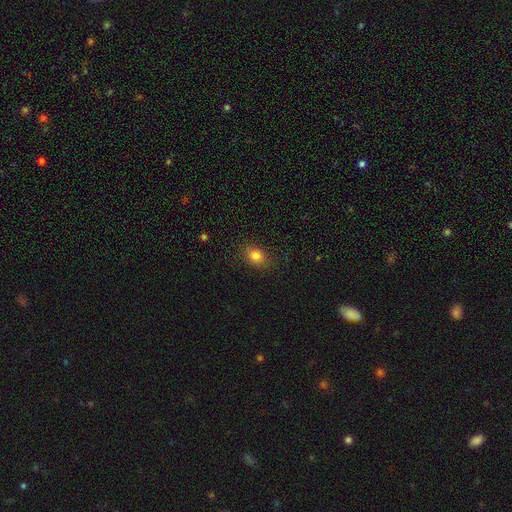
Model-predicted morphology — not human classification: smooth_or_featured: smooth (p=0.81) [alt: star or artifact p=0.12]
how_rounded: in between (p=0.52) [alt: round p=0.47]
merging: none (p=0.85) [alt: minor disturbance p=0.11]